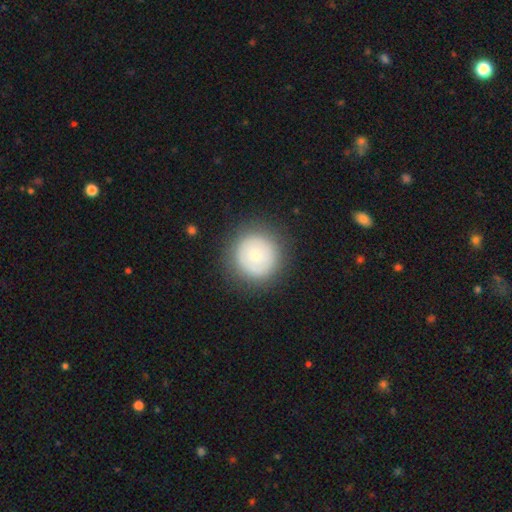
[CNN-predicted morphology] Smooth or featured? Predicted: smooth (p=0.68). How rounded? Predicted: round (p=0.95). Merging? Predicted: none (p=0.86).